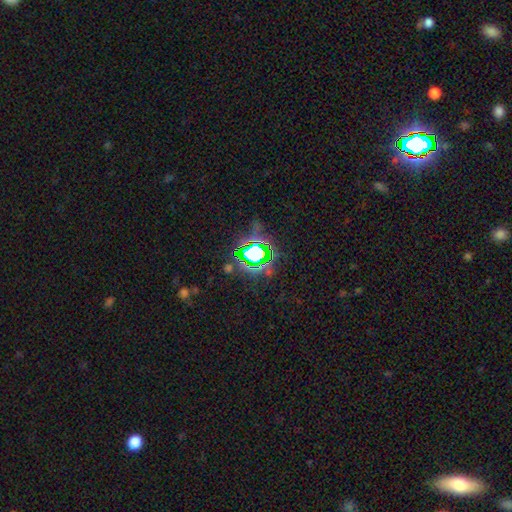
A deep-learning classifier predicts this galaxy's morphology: A star or artifact, not a galaxy (70%).